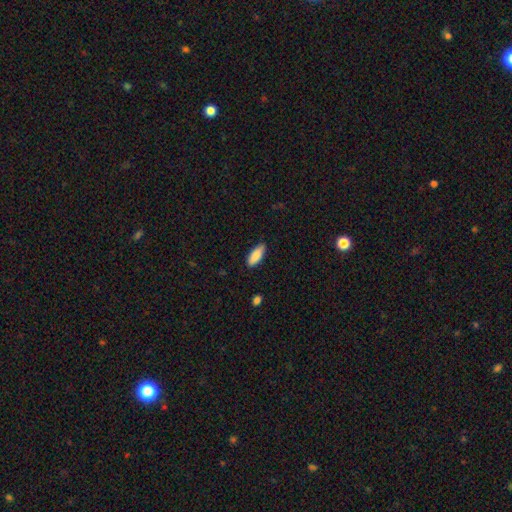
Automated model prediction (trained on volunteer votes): The model was most divided on "how rounded": in between: 73%, cigar-shaped: 26%, round: 2%. More confident: smooth or featured — smooth (87%); merging — none (85%).